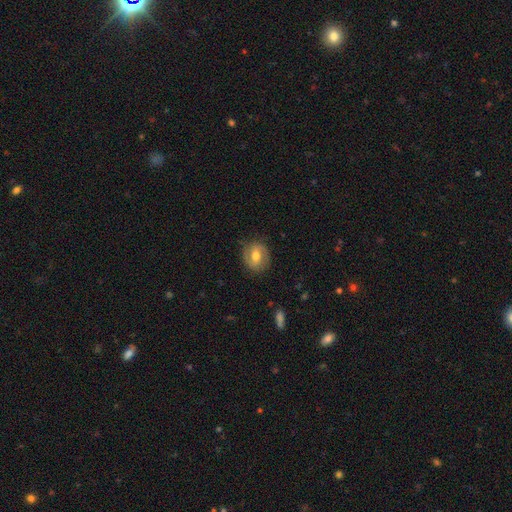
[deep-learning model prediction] Overall: featured or disk (49%; smooth 44%). Merging: none (79%).